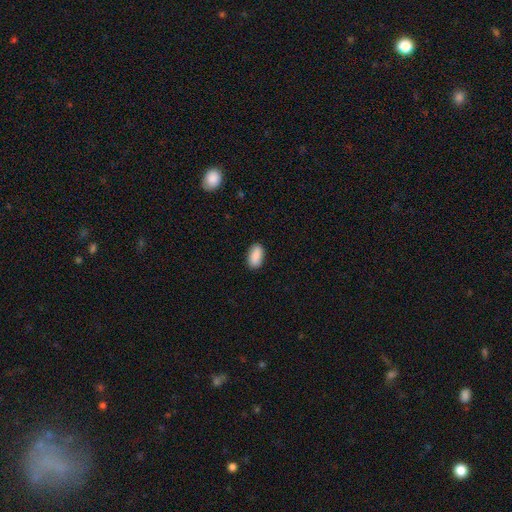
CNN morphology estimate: type=smooth (89%); roundness=in between (93%); merging=none (88%).